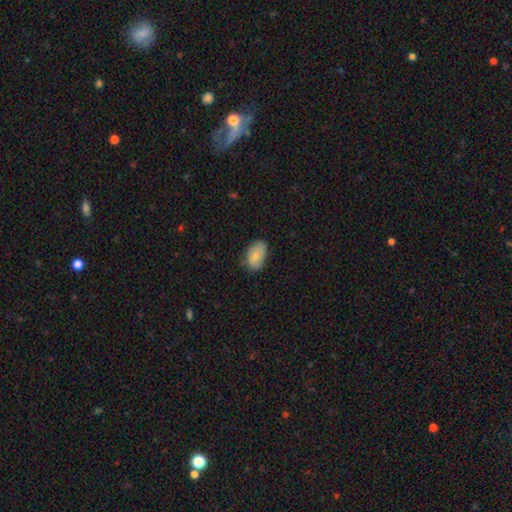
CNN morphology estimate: Smooth or featured: smooth — 77% (featured or disk — 17%)
How rounded: in between — 91% (round — 8%)
Merging: none — 69% (minor disturbance — 25%)